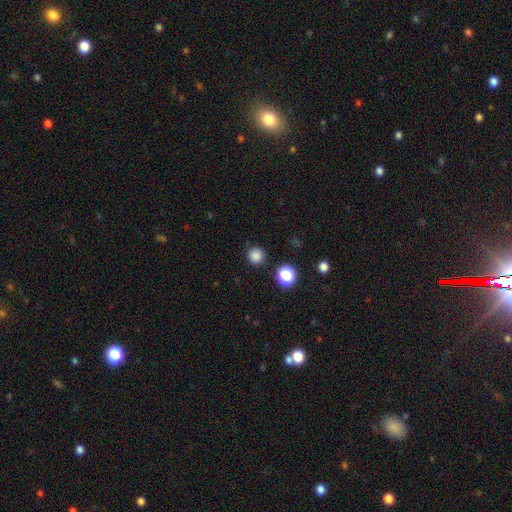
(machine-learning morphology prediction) Smooth or featured? smooth (83%)
How rounded? round (95%)
Merging? none (88%)